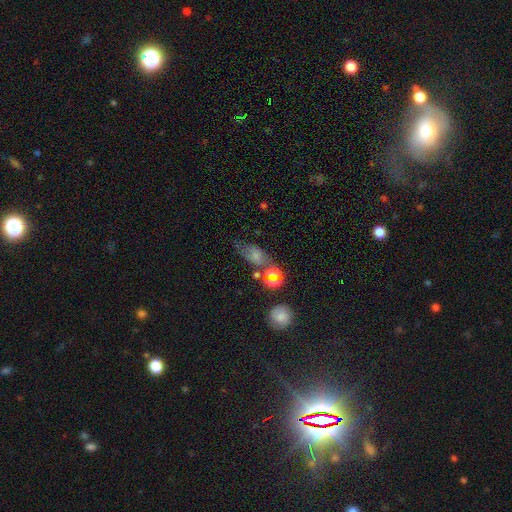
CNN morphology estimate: Smooth or featured?
  - smooth: 58% *
  - featured or disk: 22%
  - star or artifact: 20%
How rounded?
  - in between: 76% *
  - round: 18%
  - cigar-shaped: 7%
Merging?
  - none: 42% *
  - minor disturbance: 23%
  - merger: 18%
  - major disturbance: 16%